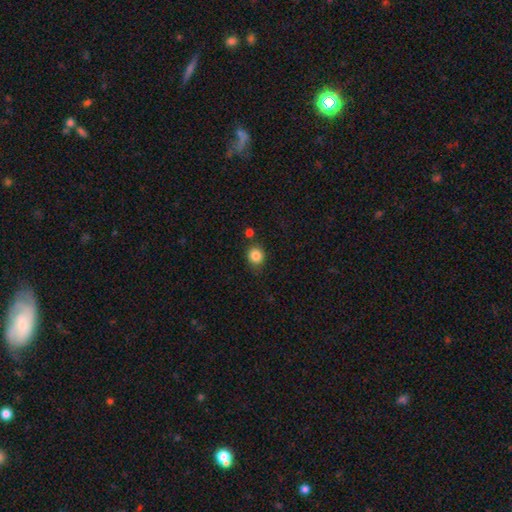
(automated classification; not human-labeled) Overall: smooth (85%). How rounded: round (81%). Merging: none (79%).